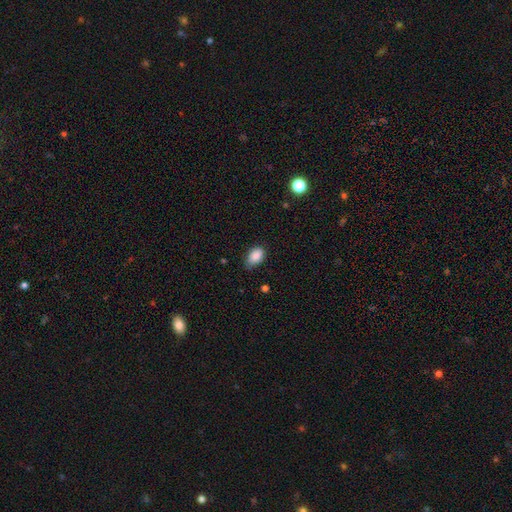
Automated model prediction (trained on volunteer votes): Smooth or featured? Predicted: smooth (p=0.88). How rounded? Predicted: in between (p=0.89). Merging? Predicted: none (p=0.67).